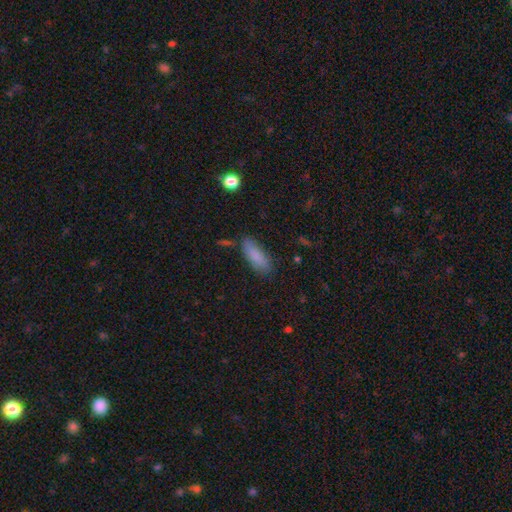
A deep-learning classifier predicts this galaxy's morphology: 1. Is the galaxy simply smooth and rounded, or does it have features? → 85% smooth, 7% featured or disk, 7% star or artifact.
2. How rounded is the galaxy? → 70% in between, 28% cigar-shaped, 2% round.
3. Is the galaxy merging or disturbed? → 77% none, 16% minor disturbance, 4% major disturbance, 3% merger.